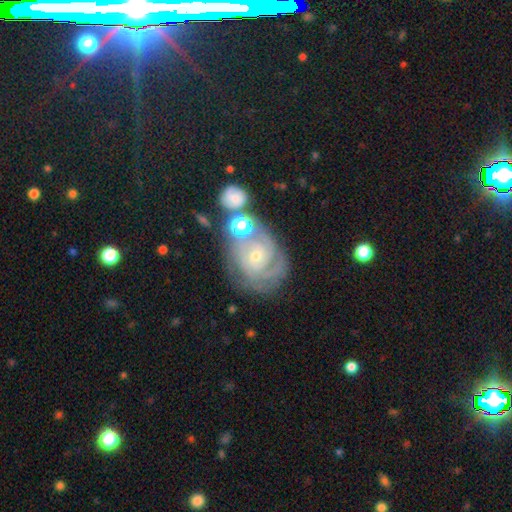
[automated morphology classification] This appears to be a featured or disk galaxy (84%) with no bar (71%), 3 (35%) tight (69%) spiral arms (96%) and a small central bulge (67%). Merging: none (58%).